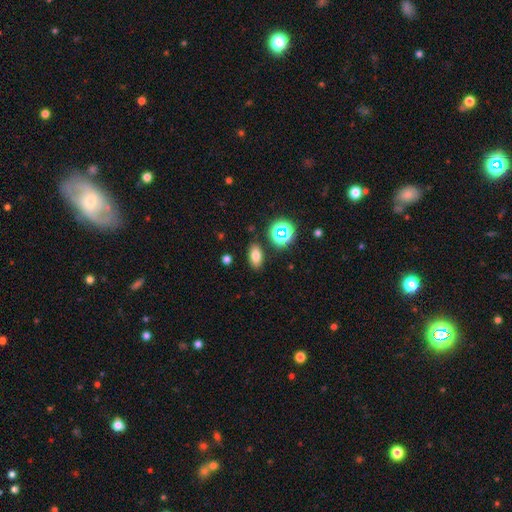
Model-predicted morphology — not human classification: Smooth or featured? smooth (74%)
How rounded? in between (85%)
Merging? none (85%)